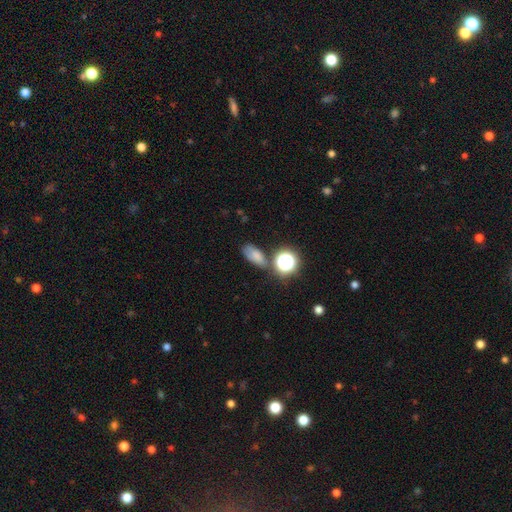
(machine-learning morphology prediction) smooth-or-featured: smooth: 66% | star or artifact: 19% | featured or disk: 15%
  how-rounded: in between: 78% | round: 17% | cigar-shaped: 5%
  merging: none: 58% | minor disturbance: 21% | merger: 13% | major disturbance: 8%